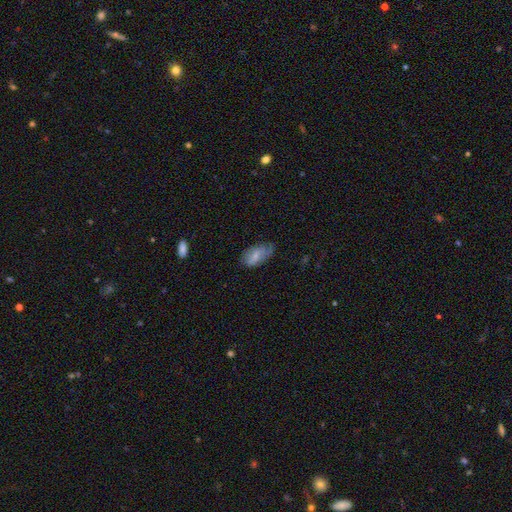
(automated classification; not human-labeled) A smooth galaxy with no disk features (70%) that is in between round and cigar-shaped (92%). Merging: none (48%).